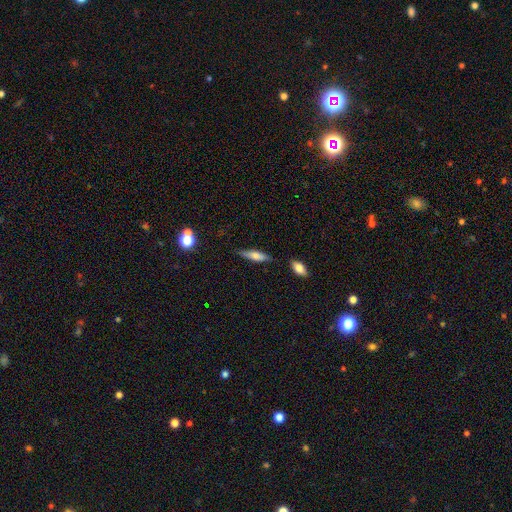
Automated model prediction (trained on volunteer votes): This is likely a smooth galaxy (63%). How rounded: likely cigar-shaped (68%). Merging: likely none (78%).